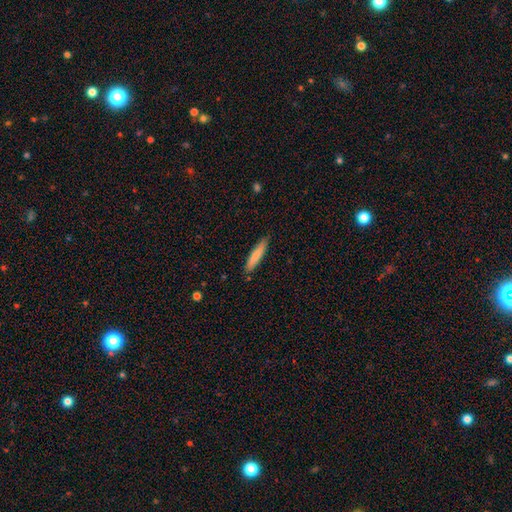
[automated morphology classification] A smooth galaxy with no disk features (79%) that is cigar-shaped (89%). Merging: none (87%).